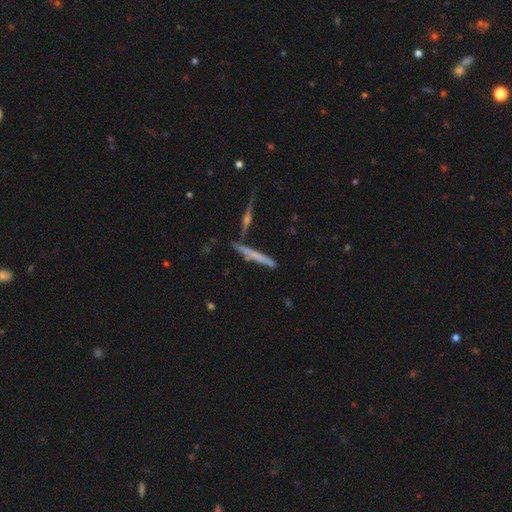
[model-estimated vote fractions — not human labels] Smooth or featured? featured or disk (49%)
Merging? none (75%)